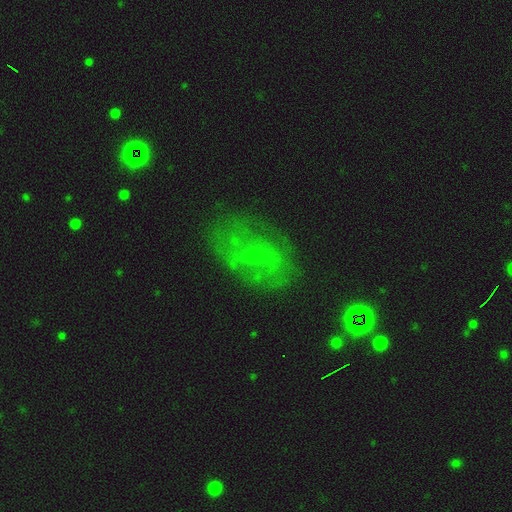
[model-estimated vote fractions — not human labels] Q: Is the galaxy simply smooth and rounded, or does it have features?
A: featured or disk — 42%.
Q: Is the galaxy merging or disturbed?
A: none — 65%.